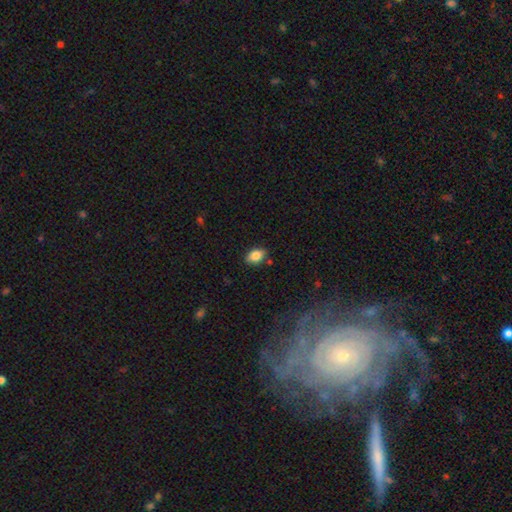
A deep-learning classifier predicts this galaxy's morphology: Smooth or featured: smooth — 84% (star or artifact — 8%)
How rounded: in between — 86% (round — 11%)
Merging: none — 82% (minor disturbance — 13%)